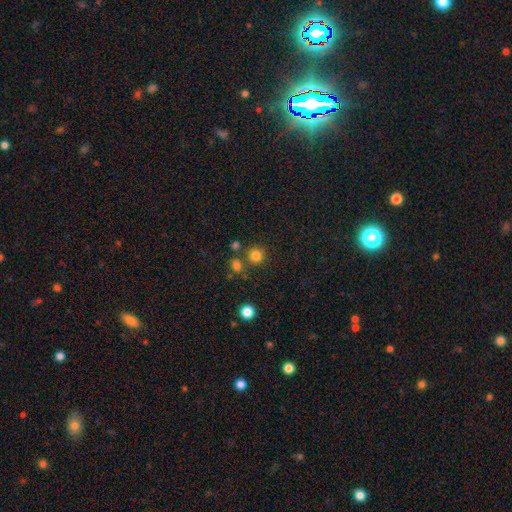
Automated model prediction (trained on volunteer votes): Q: Smooth or featured?
A: smooth (80%); runner-up: star or artifact (15%)
Q: How rounded?
A: round (93%); runner-up: in between (6%)
Q: Merging?
A: none (79%); runner-up: merger (10%)